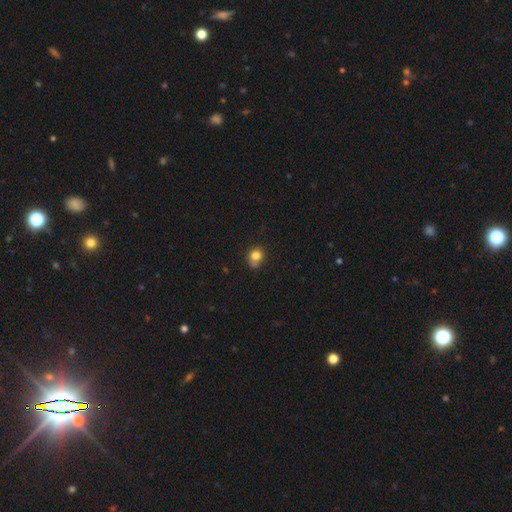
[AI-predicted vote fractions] The model was most divided on "merging": none: 53%, minor disturbance: 27%, merger: 12%, major disturbance: 7%. More confident: smooth or featured — smooth (79%); how rounded — round (69%).